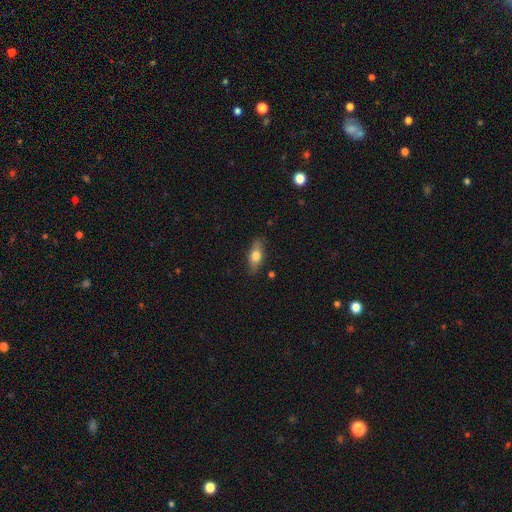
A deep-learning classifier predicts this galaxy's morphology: Overall: smooth (68%). How rounded: in between (75%). Merging: none (81%).